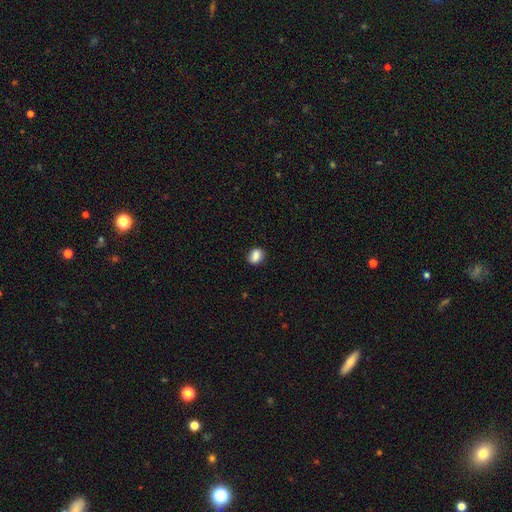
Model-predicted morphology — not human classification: smooth 85%, star or artifact 9%, featured or disk 6%. Down the decision tree: how rounded — in between (60%); merging — none (83%).